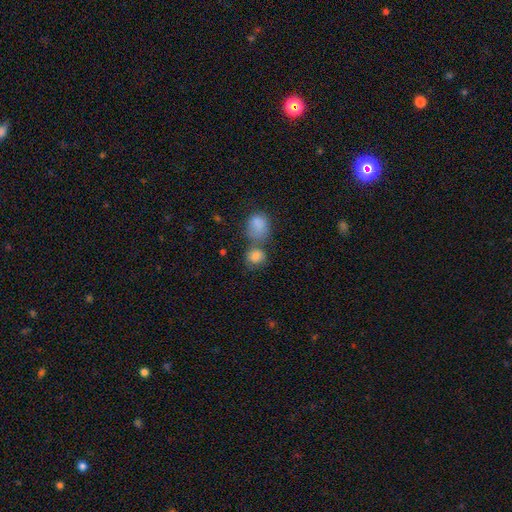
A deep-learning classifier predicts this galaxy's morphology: Q: Smooth or featured?
A: smooth (82%); runner-up: star or artifact (10%)
Q: How rounded?
A: round (71%); runner-up: in between (27%)
Q: Merging?
A: none (46%); runner-up: merger (36%)